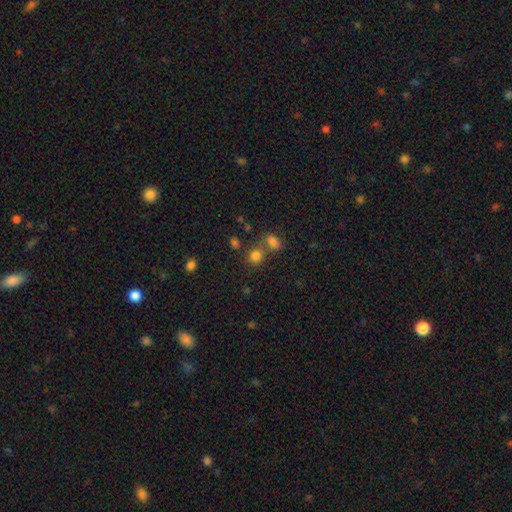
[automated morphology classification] Smooth or featured: smooth — 78% (star or artifact — 15%)
How rounded: round — 74% (in between — 25%)
Merging: none — 55% (merger — 31%)